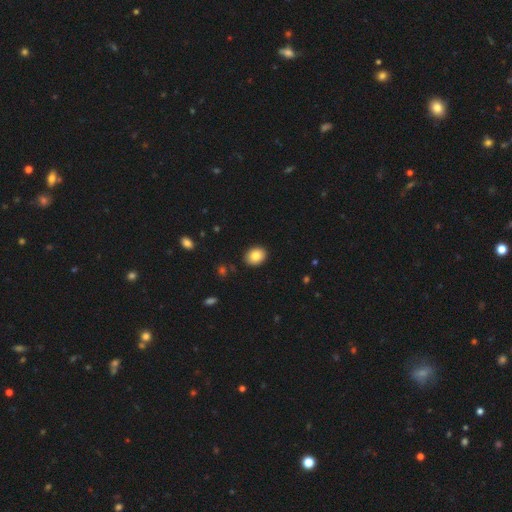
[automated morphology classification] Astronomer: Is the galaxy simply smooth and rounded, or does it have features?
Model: smooth — 84%.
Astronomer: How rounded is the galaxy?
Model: in between — 52% (runner-up: round, 47%).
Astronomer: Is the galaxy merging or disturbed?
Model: none — 89%.